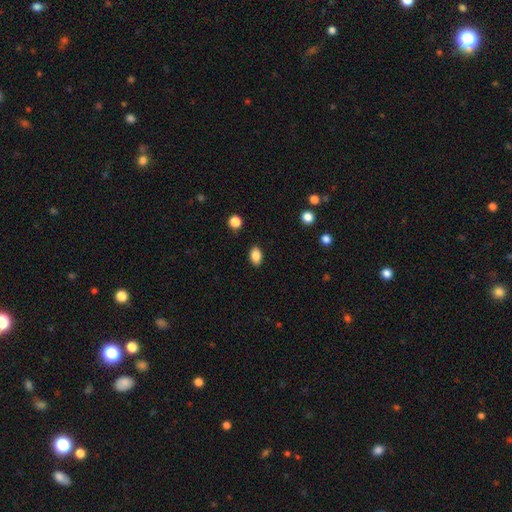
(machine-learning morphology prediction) type=smooth (87%); roundness=in between (86%); merging=none (88%).